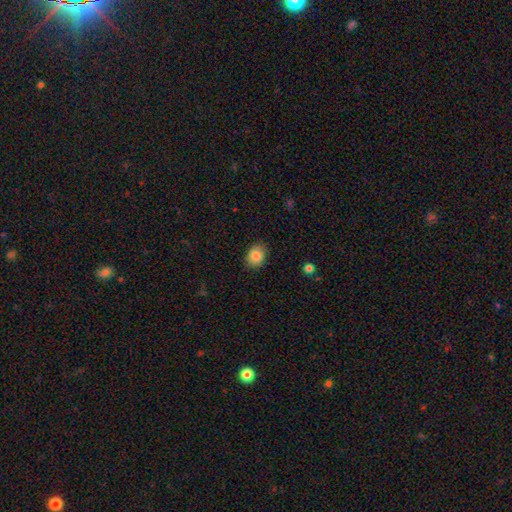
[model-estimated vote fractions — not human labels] smooth_or_featured: smooth (p=0.85) [alt: star or artifact p=0.09]
how_rounded: in between (p=0.54) [alt: round p=0.45]
merging: none (p=0.87) [alt: minor disturbance p=0.10]